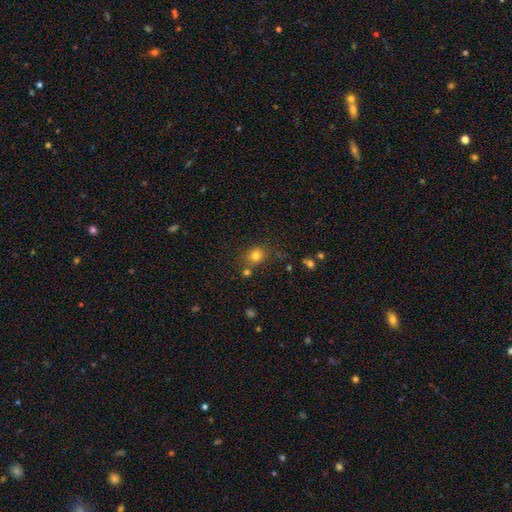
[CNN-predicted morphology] type=smooth (77%); roundness=round (77%); merging=none (68%).